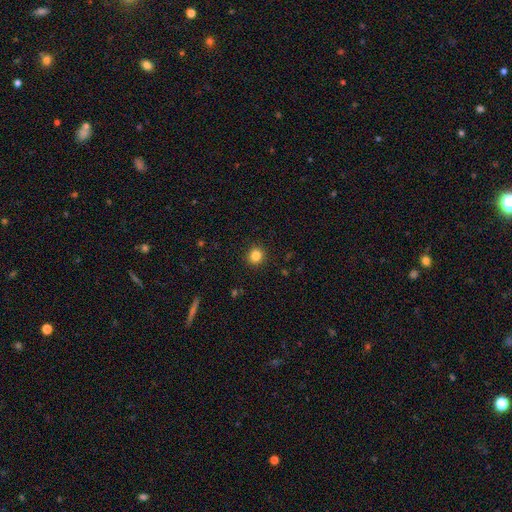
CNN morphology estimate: smooth_or_featured: smooth (p=0.84) [alt: star or artifact p=0.12]
how_rounded: round (p=0.90) [alt: in between p=0.09]
merging: none (p=0.92) [alt: minor disturbance p=0.05]